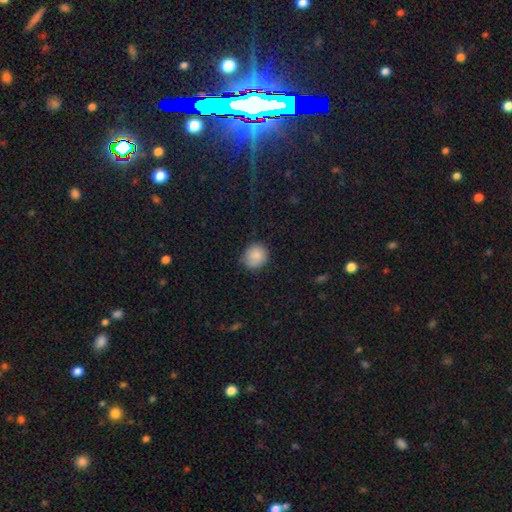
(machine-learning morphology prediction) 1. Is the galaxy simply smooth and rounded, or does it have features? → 86% smooth, 8% star or artifact, 5% featured or disk.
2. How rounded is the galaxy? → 82% round, 17% in between, 1% cigar-shaped.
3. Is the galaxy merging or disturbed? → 71% none, 23% minor disturbance, 4% major disturbance, 1% merger.